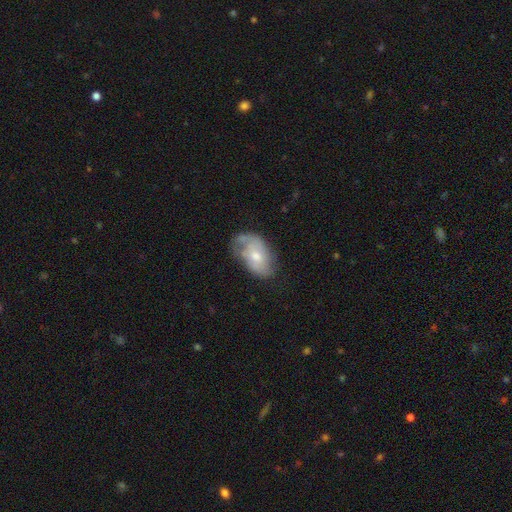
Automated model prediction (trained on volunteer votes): This is possibly a featured or disk galaxy (52%). It is clearly not viewed edge-on (95%). Merging: marginally none (44%).